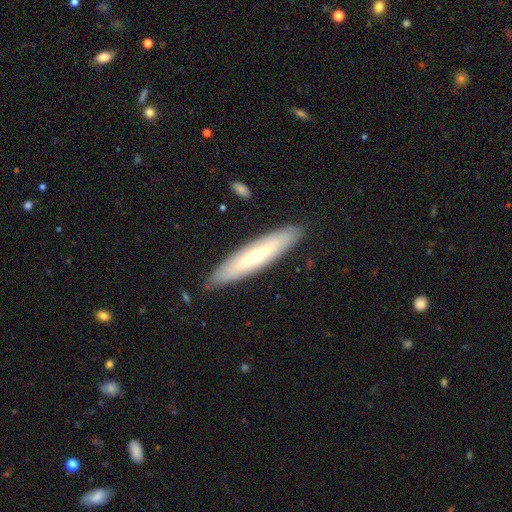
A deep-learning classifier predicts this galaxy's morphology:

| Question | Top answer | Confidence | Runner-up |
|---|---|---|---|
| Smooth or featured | featured or disk | 51% | smooth (43%) |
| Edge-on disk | yes | 62% | no (38%) |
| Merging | none | 87% | minor disturbance (10%) |